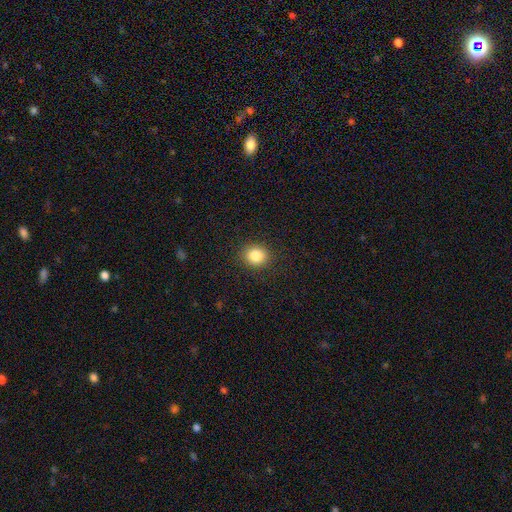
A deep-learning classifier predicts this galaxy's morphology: type=smooth (85%); roundness=round (79%); merging=none (90%).